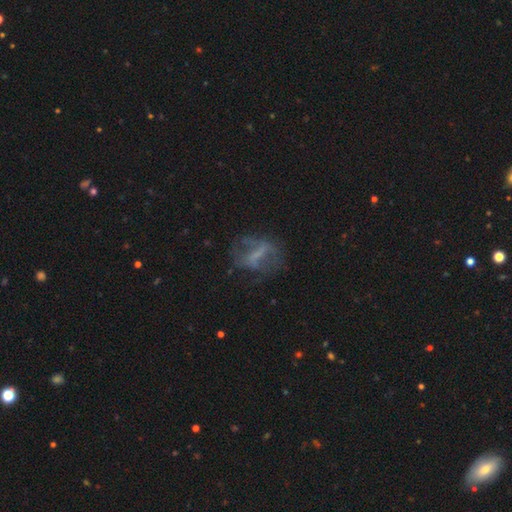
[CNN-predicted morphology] Smooth or featured? Predicted: featured or disk (p=0.56). Edge-on disk? Predicted: no (p=0.91). Bar? Predicted: strong (p=0.44). Spiral arms? Predicted: no (p=0.67). Bulge size? Predicted: none (p=0.58). Merging? Predicted: none (p=0.54).